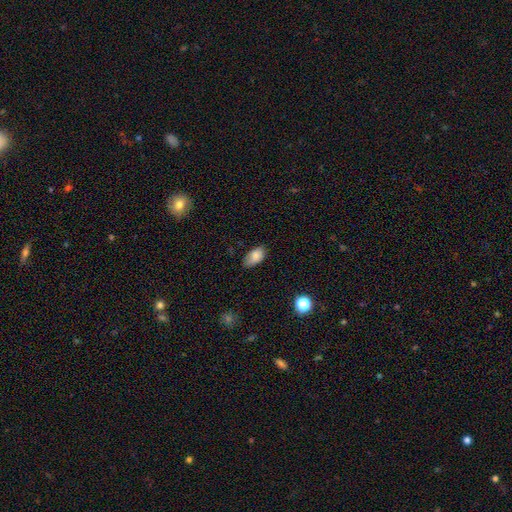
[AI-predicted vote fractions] Smooth or featured? smooth (82%)
How rounded? in between (93%)
Merging? none (69%)